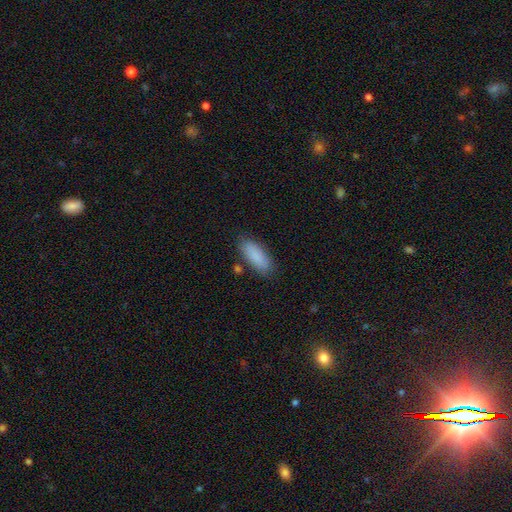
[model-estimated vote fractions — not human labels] Smooth or featured? Predicted: smooth (p=0.88). How rounded? Predicted: in between (p=0.70). Merging? Predicted: none (p=0.82).